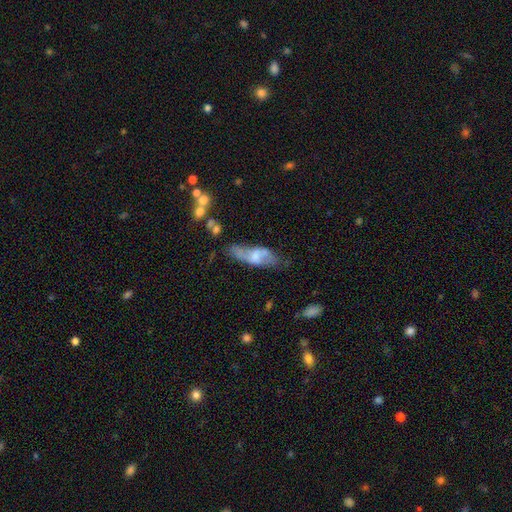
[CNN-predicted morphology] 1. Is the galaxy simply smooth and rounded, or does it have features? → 49% featured or disk, 44% smooth, 7% star or artifact.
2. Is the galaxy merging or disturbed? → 48% none, 29% minor disturbance, 16% major disturbance, 8% merger.